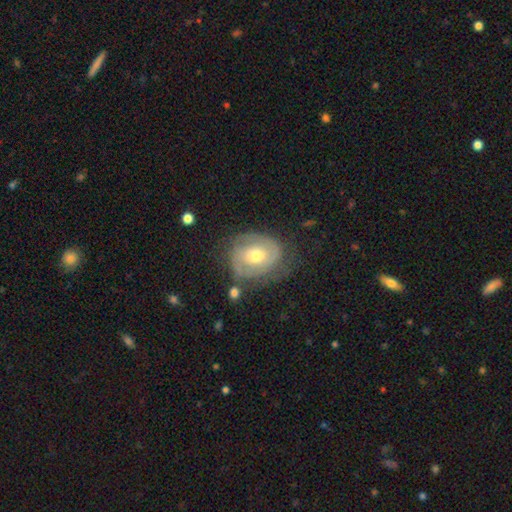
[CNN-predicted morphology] A featured or disk galaxy (73%) with no bar (64%), 2 (67%) tight (55%) spiral arms (86%) and a moderate central bulge (65%). Merging: none (64%).